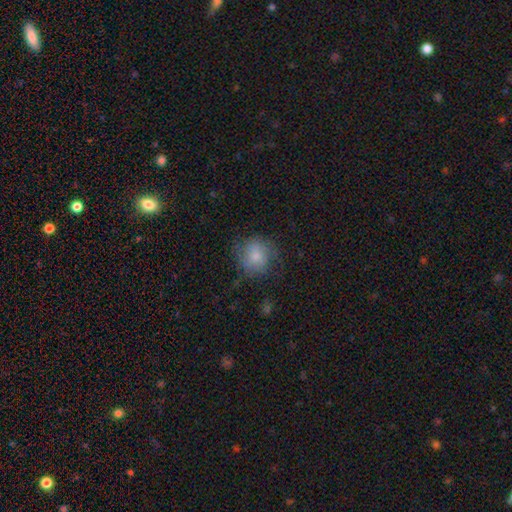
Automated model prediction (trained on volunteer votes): The model was most divided on "merging": none: 67%, minor disturbance: 21%, major disturbance: 11%, merger: 1%. More confident: how rounded — round (83%); smooth or featured — smooth (74%).